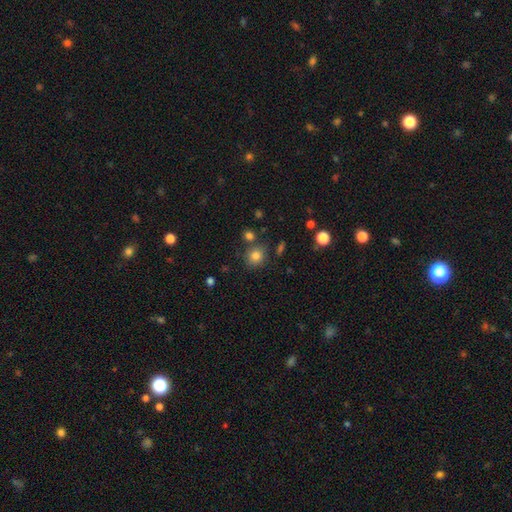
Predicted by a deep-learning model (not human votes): Smooth or featured? smooth (81%)
How rounded? round (82%)
Merging? none (77%)